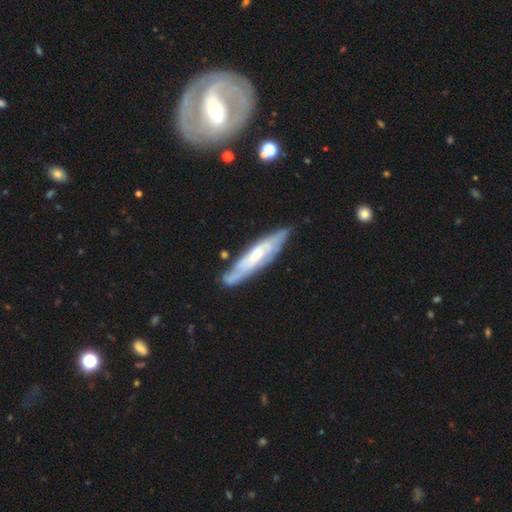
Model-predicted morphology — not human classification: A featured or disk galaxy (63%) viewed edge-on (50%, tied with no). Merging: none (75%).